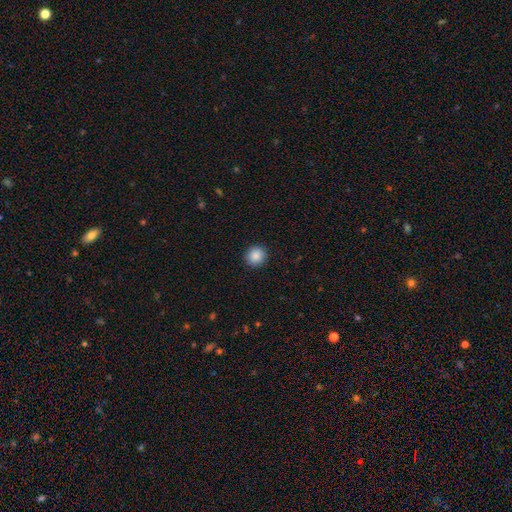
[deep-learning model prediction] A smooth galaxy with no disk features (88%) that is round (91%).

Vote fractions:
- Smooth or featured? smooth: 88% / star or artifact: 9% / featured or disk: 3%
- How rounded? round: 91% / in between: 8% / cigar-shaped: 1%
- Merging? none: 92% / minor disturbance: 5% / major disturbance: 2% / merger: 1%